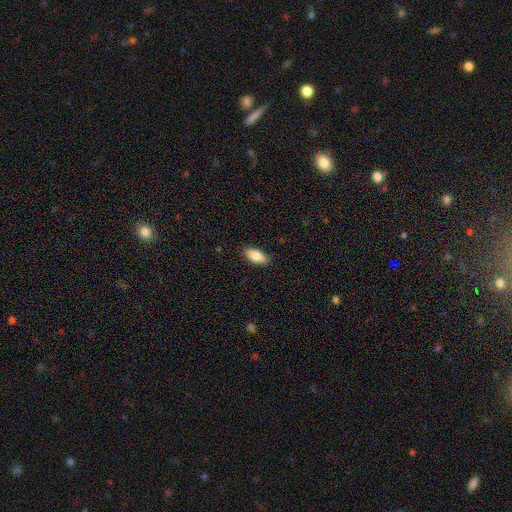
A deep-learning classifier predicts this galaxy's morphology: The model was most divided on "smooth or featured": smooth: 84%, featured or disk: 9%, star or artifact: 7%. More confident: how rounded — in between (89%); merging — none (88%).